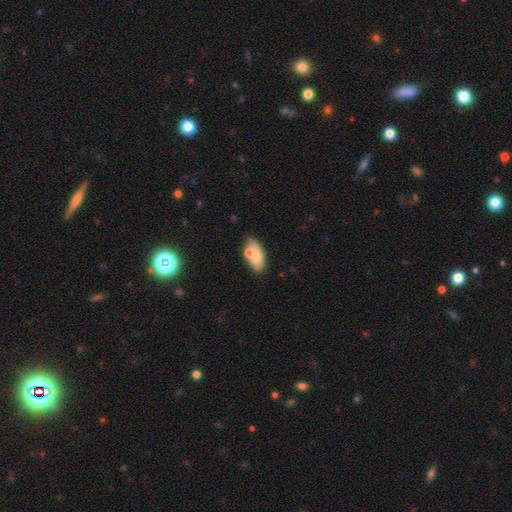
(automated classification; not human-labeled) smooth-or-featured: smooth: 72% | featured or disk: 20% | star or artifact: 7%
  how-rounded: in between: 88% | cigar-shaped: 9% | round: 3%
  merging: none: 59% | merger: 20% | minor disturbance: 17% | major disturbance: 5%